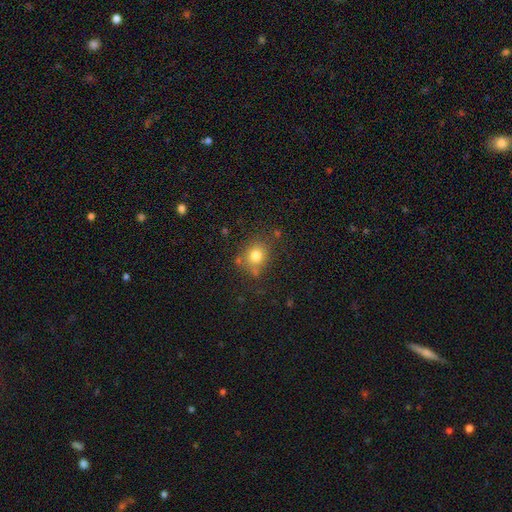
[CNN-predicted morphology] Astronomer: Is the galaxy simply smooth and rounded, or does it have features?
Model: smooth — 78%.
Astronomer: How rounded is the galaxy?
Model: round — 71%.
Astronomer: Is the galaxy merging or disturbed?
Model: none — 71%.